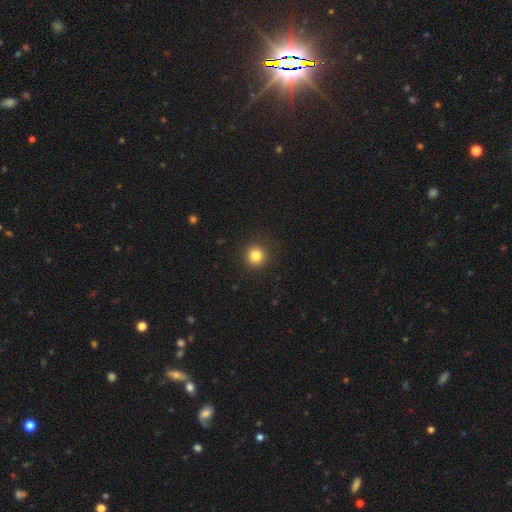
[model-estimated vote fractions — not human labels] Morphology: type=smooth (83%); roundness=round (94%); merging=none (91%).